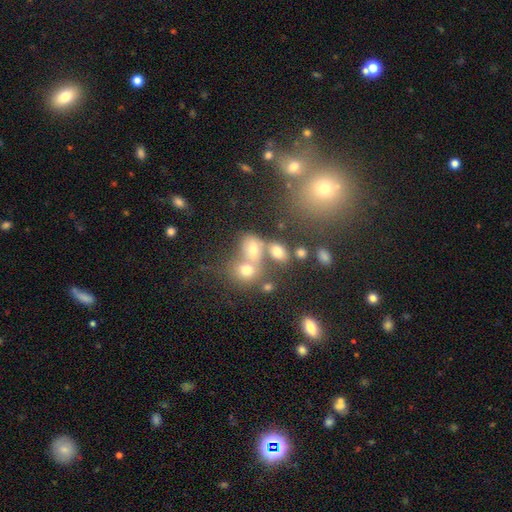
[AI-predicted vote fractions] A smooth galaxy with no disk features (52%) that is round (68%). Merging: merger (42%).